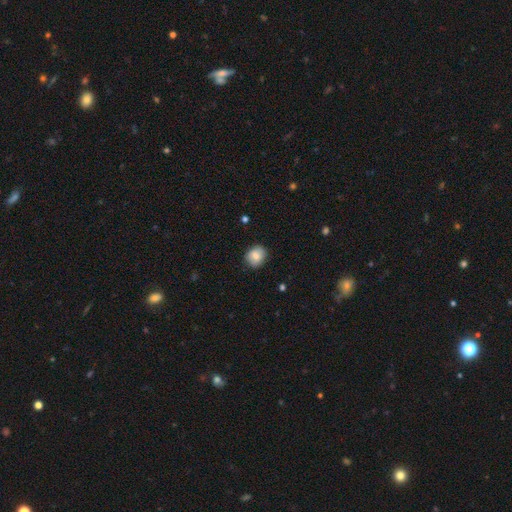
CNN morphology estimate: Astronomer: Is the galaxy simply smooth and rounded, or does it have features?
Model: smooth — 79%.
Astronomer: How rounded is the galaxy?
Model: round — 74%.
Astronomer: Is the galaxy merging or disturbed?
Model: none — 84%.